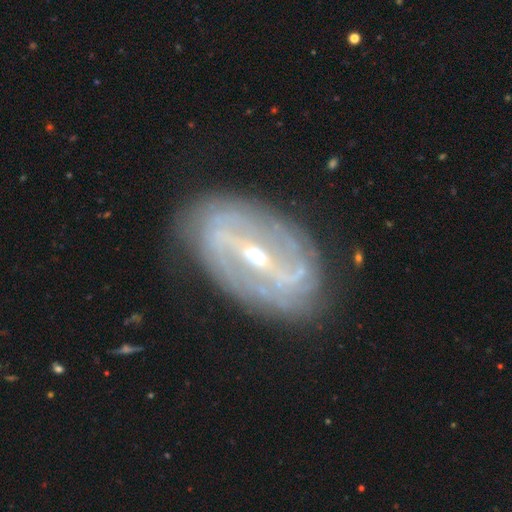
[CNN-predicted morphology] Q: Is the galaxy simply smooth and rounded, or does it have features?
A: featured or disk — 88%.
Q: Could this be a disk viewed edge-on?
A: no — 93%.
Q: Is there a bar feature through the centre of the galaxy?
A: strong — 64%.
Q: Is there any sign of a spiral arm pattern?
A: yes — 90%.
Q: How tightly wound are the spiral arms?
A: tight — 49%.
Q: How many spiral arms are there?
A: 2 — 50%.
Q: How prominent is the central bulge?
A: small — 59%.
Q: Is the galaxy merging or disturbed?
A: none — 82%.